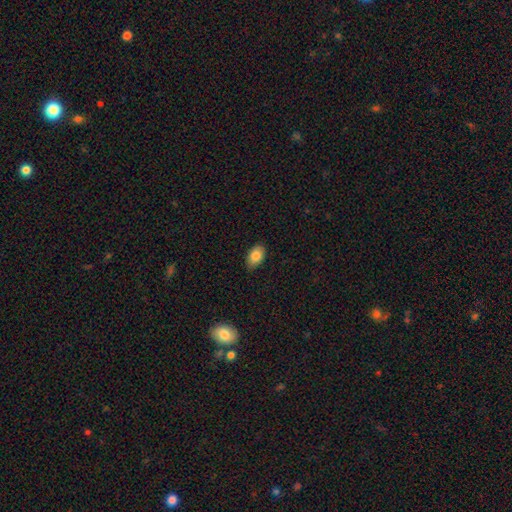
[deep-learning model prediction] This is clearly a smooth galaxy (84%). How rounded: clearly in between (90%). Merging: clearly none (82%).